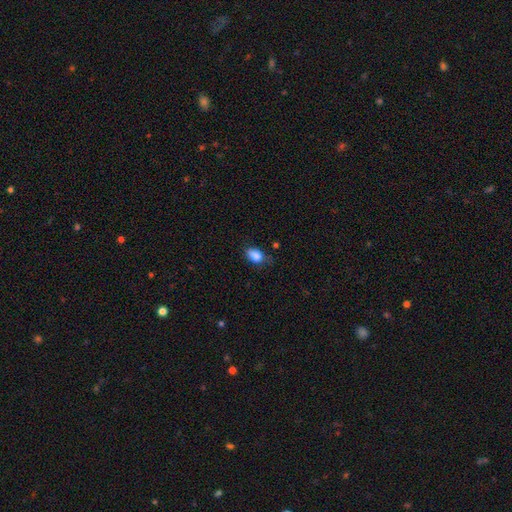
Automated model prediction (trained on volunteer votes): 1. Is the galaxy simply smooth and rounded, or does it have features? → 85% smooth, 9% star or artifact, 6% featured or disk.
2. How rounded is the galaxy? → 83% in between, 15% round, 2% cigar-shaped.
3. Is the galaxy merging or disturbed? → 61% none, 30% minor disturbance, 7% major disturbance, 2% merger.